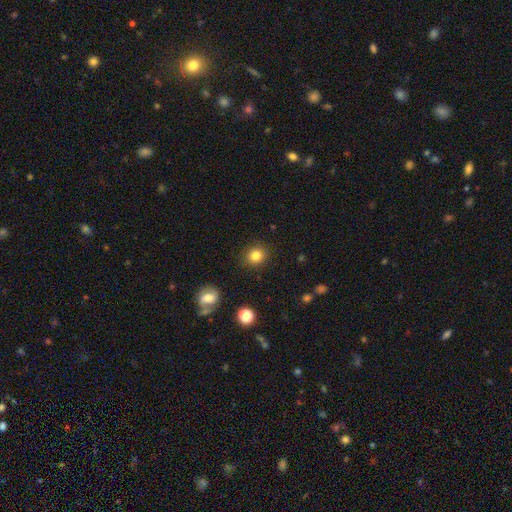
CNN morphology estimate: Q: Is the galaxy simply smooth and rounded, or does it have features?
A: smooth — 83%.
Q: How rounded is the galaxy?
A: round — 84%.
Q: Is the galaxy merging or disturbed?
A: none — 89%.